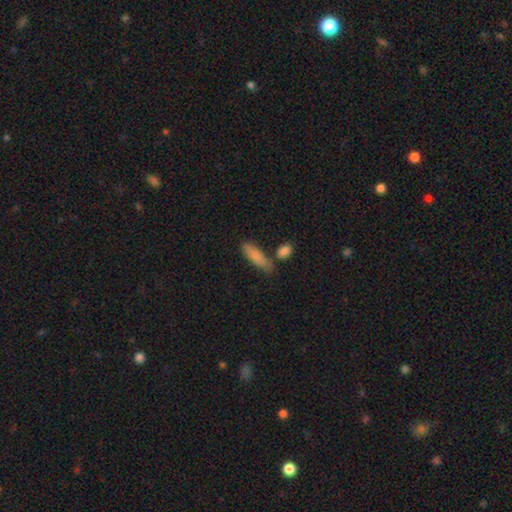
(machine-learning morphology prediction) smooth_or_featured: smooth (p=0.83) [alt: featured or disk p=0.10]
how_rounded: cigar-shaped (p=0.50) [alt: in between p=0.48]
merging: none (p=0.61) [alt: minor disturbance p=0.19]